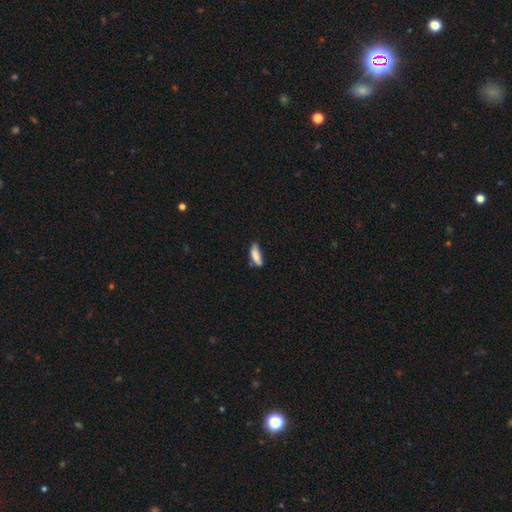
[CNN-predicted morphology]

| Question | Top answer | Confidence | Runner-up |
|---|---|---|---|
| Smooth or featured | smooth | 81% | featured or disk (12%) |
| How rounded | in between | 53% | cigar-shaped (45%) |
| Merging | none | 55% | minor disturbance (30%) |